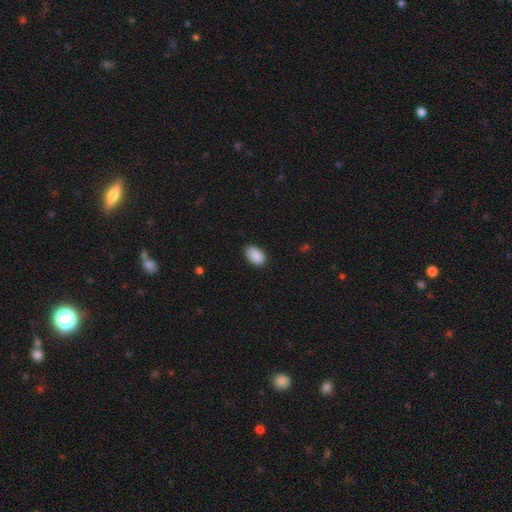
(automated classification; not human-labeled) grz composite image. It shows a smooth galaxy with no disk features (90%) that is in between round and cigar-shaped (92%). Merging: none (85%).